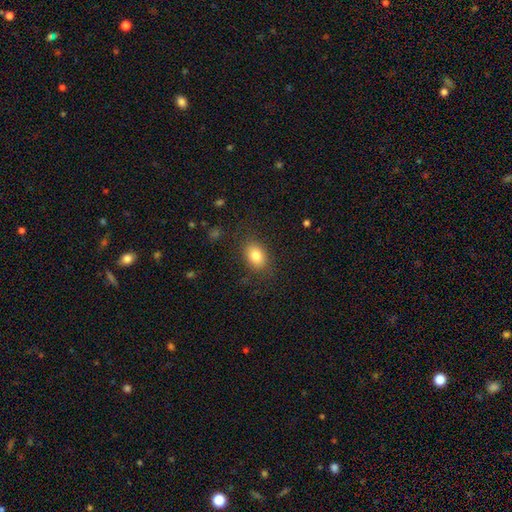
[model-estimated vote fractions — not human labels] Smooth or featured? Predicted: smooth (p=0.82). How rounded? Predicted: in between (p=0.74). Merging? Predicted: none (p=0.83).